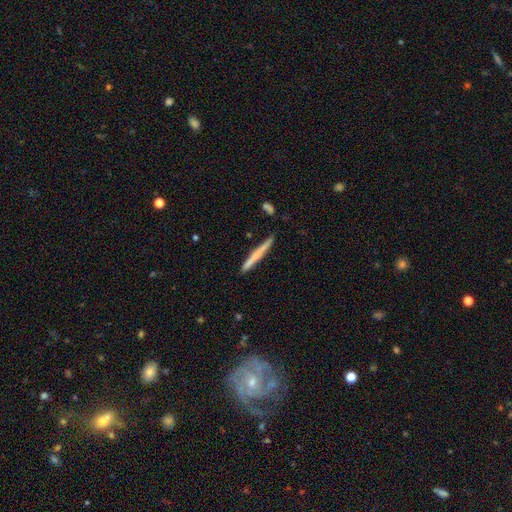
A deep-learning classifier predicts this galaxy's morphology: The model was most divided on "smooth or featured": smooth: 54%, featured or disk: 40%, star or artifact: 6%. More confident: how rounded — cigar-shaped (97%); merging — none (87%).